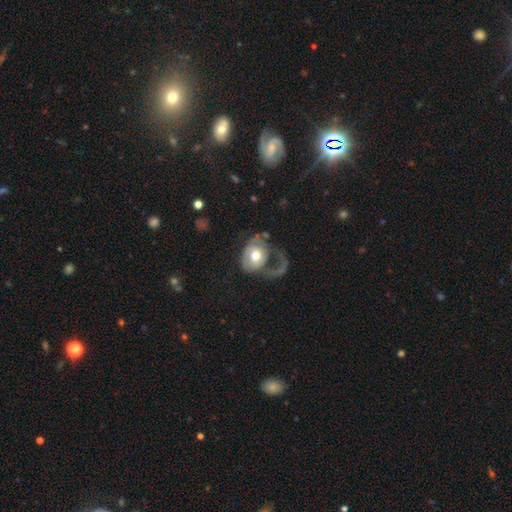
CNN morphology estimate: A smooth galaxy with no disk features (49%).

Vote fractions:
- Smooth or featured? smooth: 49% / featured or disk: 44% / star or artifact: 7%
- Merging? major disturbance: 61% / none: 19% / minor disturbance: 15% / merger: 5%